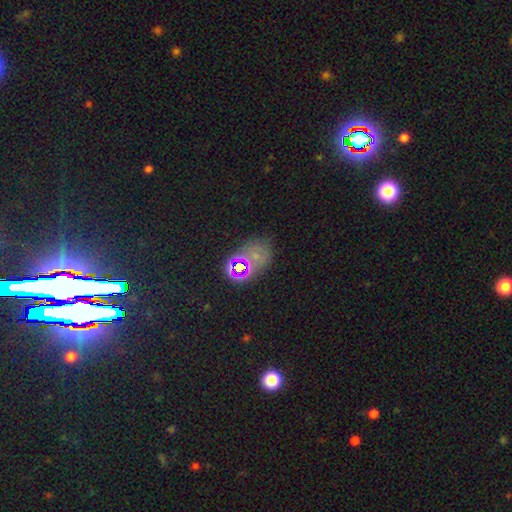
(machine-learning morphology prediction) smooth_or_featured: star or artifact (p=0.49) [alt: smooth p=0.38]